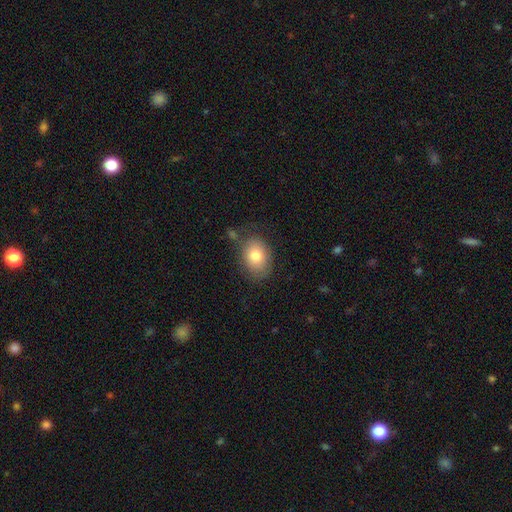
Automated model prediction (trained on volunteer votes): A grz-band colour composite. It shows a smooth galaxy with no disk features (78%) that is in between round and cigar-shaped (75%). Merging: none (73%).